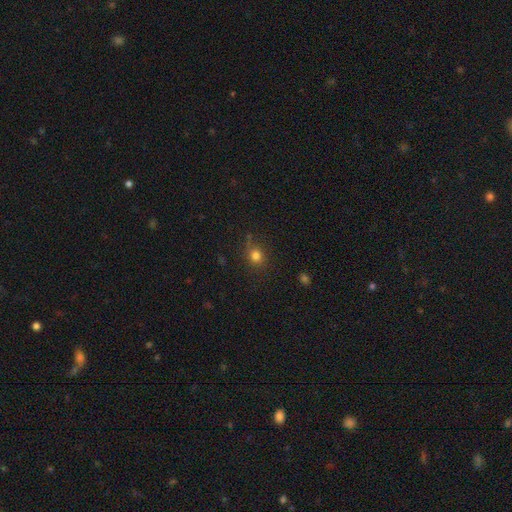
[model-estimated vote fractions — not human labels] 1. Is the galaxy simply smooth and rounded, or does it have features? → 79% smooth, 14% star or artifact, 7% featured or disk.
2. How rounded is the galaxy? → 76% round, 23% in between, 1% cigar-shaped.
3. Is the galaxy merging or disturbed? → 76% none, 16% minor disturbance, 5% major disturbance, 2% merger.